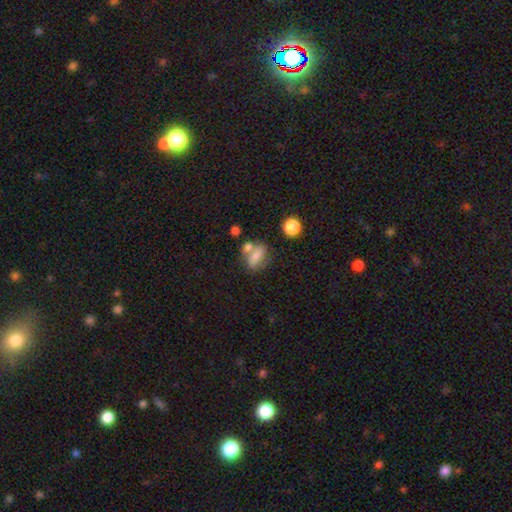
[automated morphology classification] This is likely a smooth galaxy (63%). How rounded: likely in between (71%). Merging: marginally none (45%).